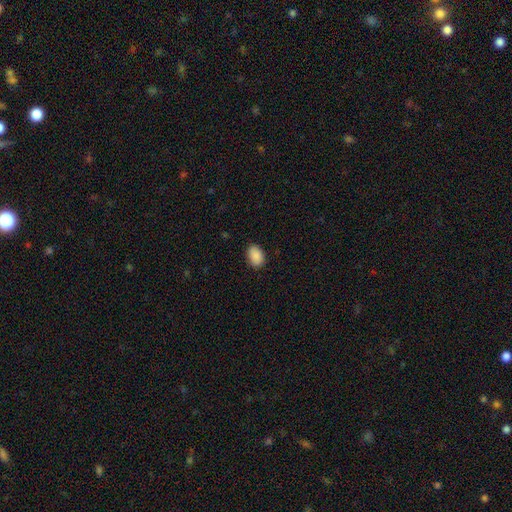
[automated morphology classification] Smooth or featured?
  - smooth: 90% *
  - star or artifact: 7%
  - featured or disk: 3%
How rounded?
  - in between: 84% *
  - round: 14%
  - cigar-shaped: 1%
Merging?
  - none: 86% *
  - minor disturbance: 10%
  - major disturbance: 2%
  - merger: 1%